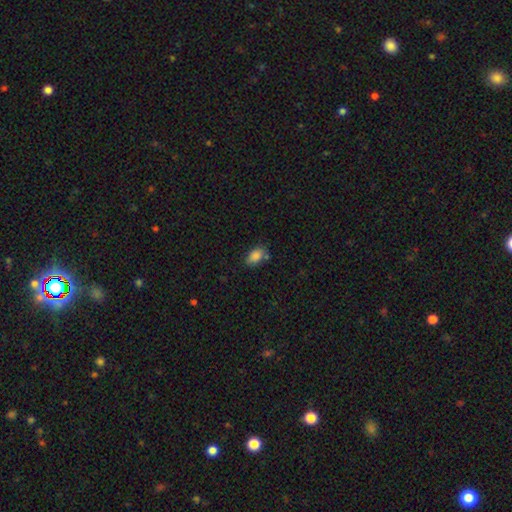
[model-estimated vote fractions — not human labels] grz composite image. It shows a smooth galaxy with no disk features (86%) that is in between round and cigar-shaped (89%). Merging: none (69%).